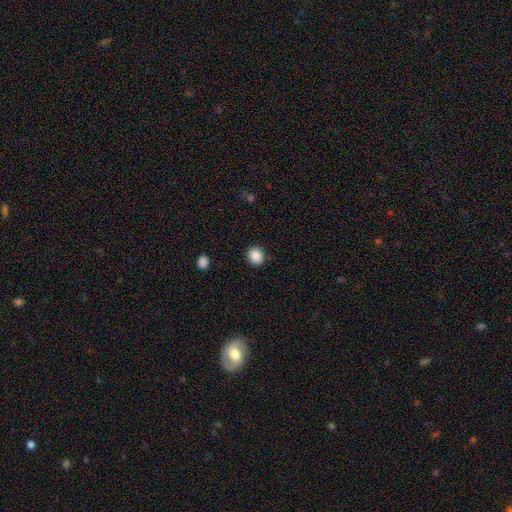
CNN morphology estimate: Smooth or featured: smooth — 88% (star or artifact — 9%)
How rounded: round — 80% (in between — 19%)
Merging: none — 90% (minor disturbance — 7%)